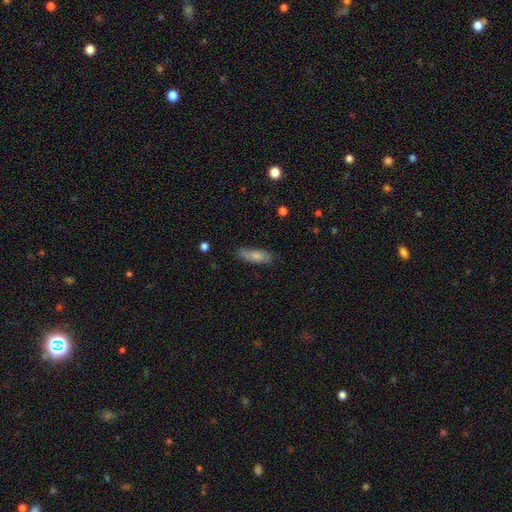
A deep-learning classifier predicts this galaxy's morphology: Overall: smooth (76%). How rounded: in between (58%; cigar-shaped 40%). Merging: none (70%).